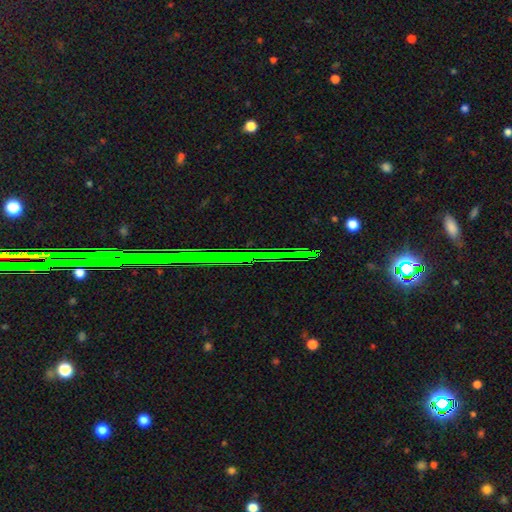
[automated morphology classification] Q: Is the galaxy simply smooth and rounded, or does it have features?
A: star or artifact — 73%.